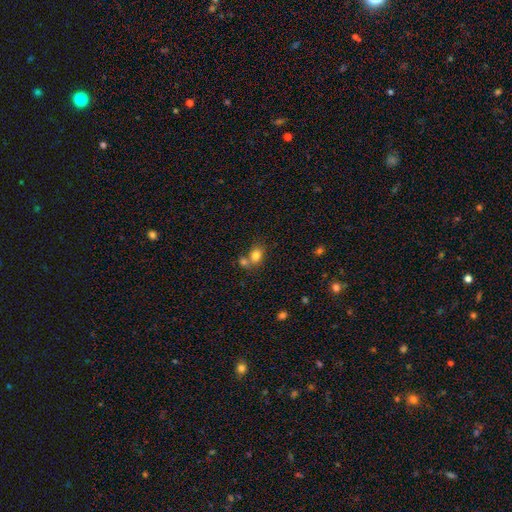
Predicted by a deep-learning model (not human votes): Smooth or featured: smooth — 80% (star or artifact — 11%)
How rounded: in between — 58% (round — 41%)
Merging: none — 45% (merger — 41%)